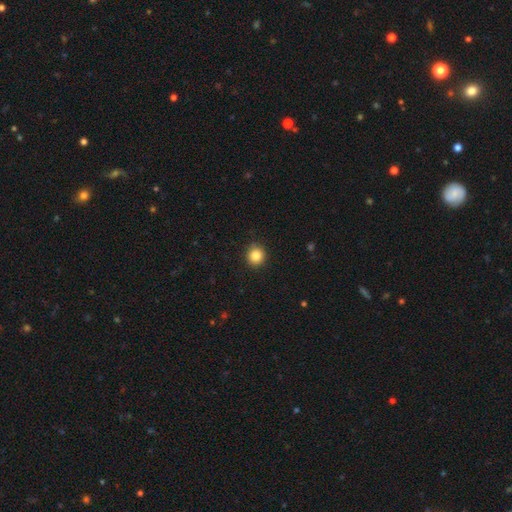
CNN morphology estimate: The model was most divided on "smooth or featured": smooth: 85%, star or artifact: 10%, featured or disk: 5%. More confident: how rounded — round (91%); merging — none (90%).